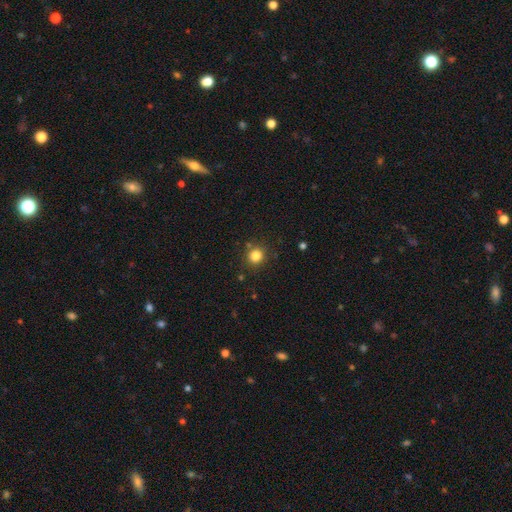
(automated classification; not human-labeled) Morphology: type=smooth (82%); roundness=round (91%); merging=none (85%).